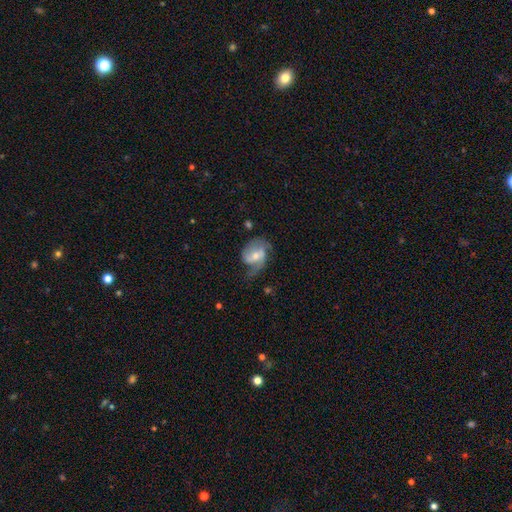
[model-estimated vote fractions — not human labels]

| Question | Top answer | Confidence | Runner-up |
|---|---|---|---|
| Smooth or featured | featured or disk | 71% | smooth (22%) |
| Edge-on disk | no | 97% | yes (3%) |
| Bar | weak | 47% | no (32%) |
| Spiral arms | yes | 89% | no (11%) |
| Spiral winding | medium | 44% | loose (38%) |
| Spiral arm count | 2 | 66% | 1 (14%) |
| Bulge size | moderate | 55% | small (37%) |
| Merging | none | 47% | minor disturbance (28%) |